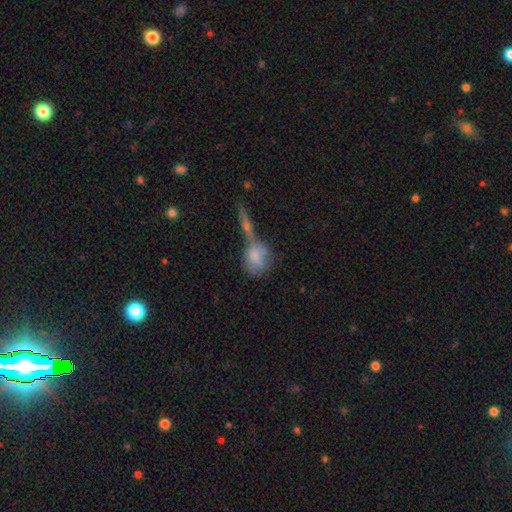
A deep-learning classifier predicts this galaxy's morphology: A smooth galaxy with no disk features (70%) that is in between round and cigar-shaped (51%). Merging: merger (43%).